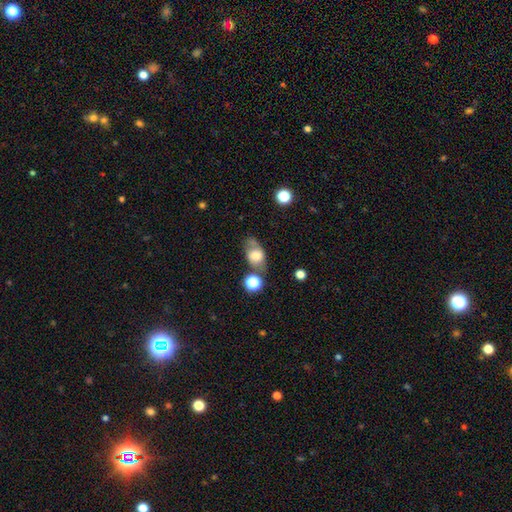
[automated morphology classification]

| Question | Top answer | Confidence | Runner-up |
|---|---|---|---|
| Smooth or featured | smooth | 63% | featured or disk (27%) |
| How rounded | in between | 75% | round (22%) |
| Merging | none | 53% | minor disturbance (23%) |